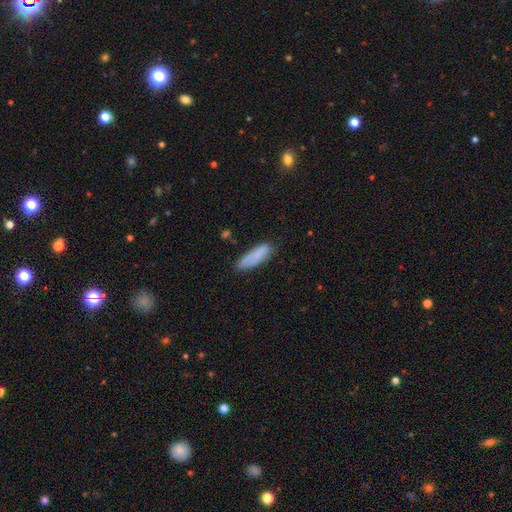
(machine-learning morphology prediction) A smooth galaxy with no disk features (79%) that is cigar-shaped (53%). Merging: none (69%).